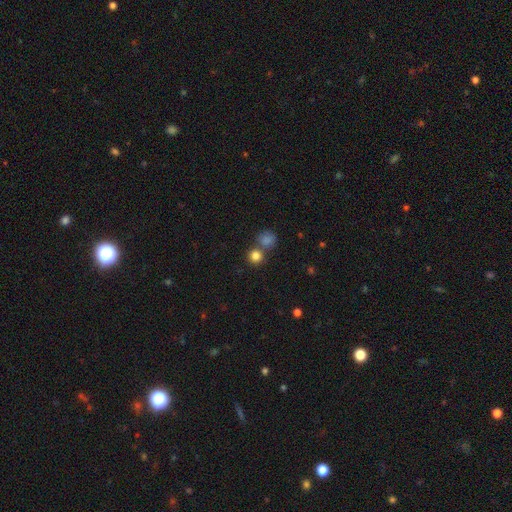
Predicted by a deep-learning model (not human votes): This is clearly a smooth galaxy (82%). How rounded: clearly round (90%). Merging: likely none (63%).